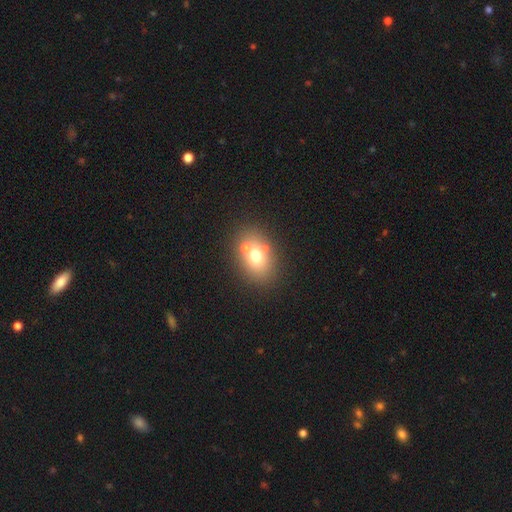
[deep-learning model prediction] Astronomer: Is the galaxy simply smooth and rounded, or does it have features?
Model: smooth — 67%.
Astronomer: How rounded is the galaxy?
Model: in between — 62% (runner-up: round, 37%).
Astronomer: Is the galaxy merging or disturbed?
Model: none — 62%.